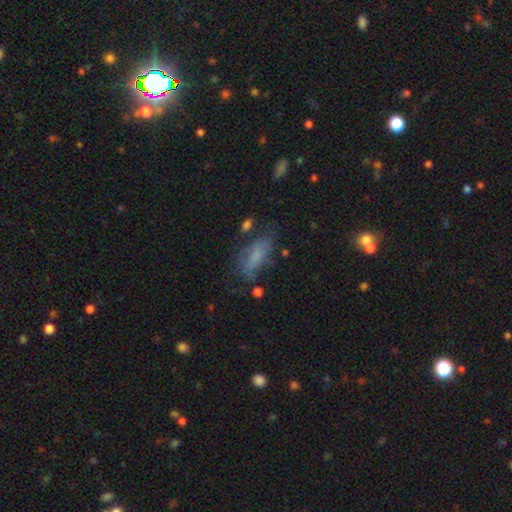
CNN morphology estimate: type=smooth (62%); roundness=in between (75%); merging=none (51%).